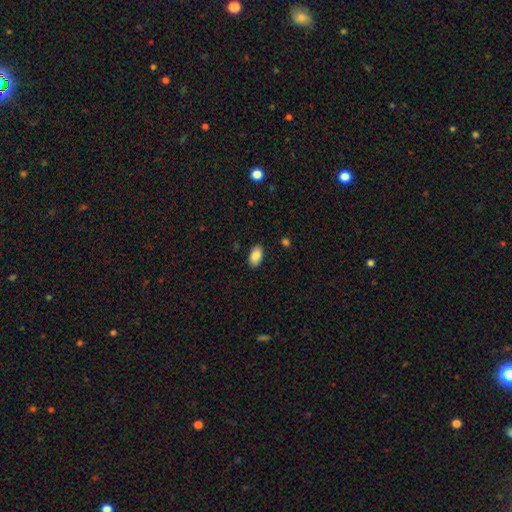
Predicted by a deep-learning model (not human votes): Smooth or featured: smooth — 88% (star or artifact — 7%)
How rounded: in between — 93% (round — 5%)
Merging: none — 87% (minor disturbance — 9%)